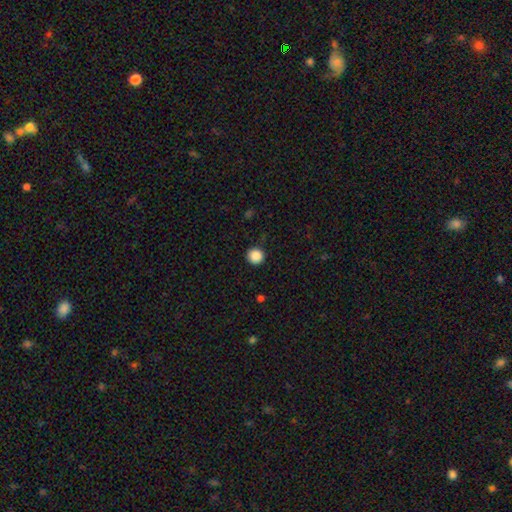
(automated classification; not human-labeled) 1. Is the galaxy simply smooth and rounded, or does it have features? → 88% smooth, 10% star or artifact, 2% featured or disk.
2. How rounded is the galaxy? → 95% round, 4% in between, 1% cigar-shaped.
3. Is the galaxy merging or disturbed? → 91% none, 6% minor disturbance, 2% major disturbance, 1% merger.